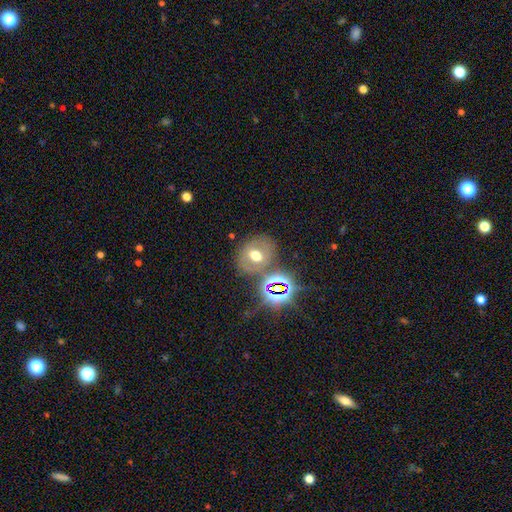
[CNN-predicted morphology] Smooth or featured? smooth (44%)
Merging? none (69%)